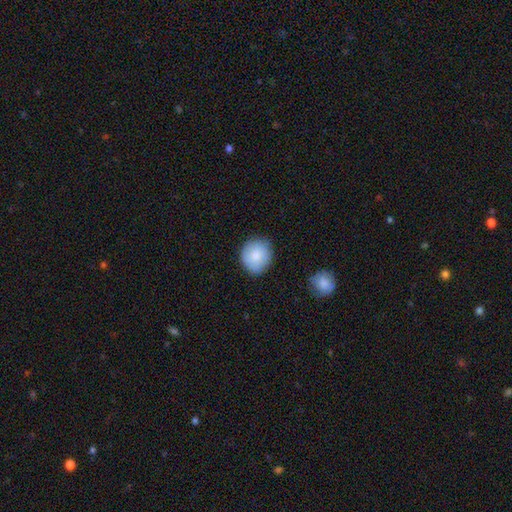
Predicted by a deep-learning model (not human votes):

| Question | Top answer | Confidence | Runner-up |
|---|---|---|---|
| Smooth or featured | smooth | 82% | featured or disk (11%) |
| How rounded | round | 79% | in between (20%) |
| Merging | none | 83% | minor disturbance (13%) |